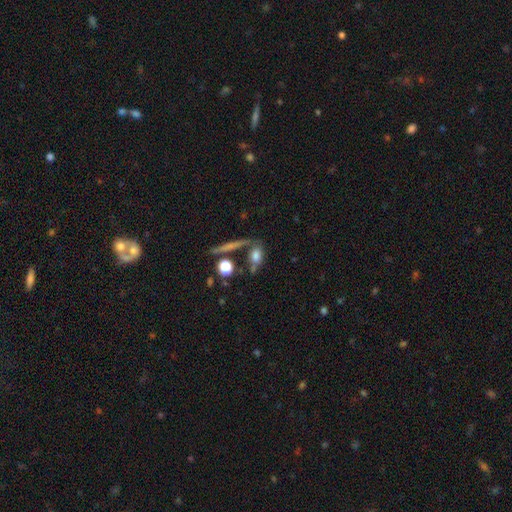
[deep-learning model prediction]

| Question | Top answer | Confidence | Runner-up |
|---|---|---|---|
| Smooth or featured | smooth | 70% | featured or disk (18%) |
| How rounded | in between | 65% | round (20%) |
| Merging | none | 49% | merger (21%) |